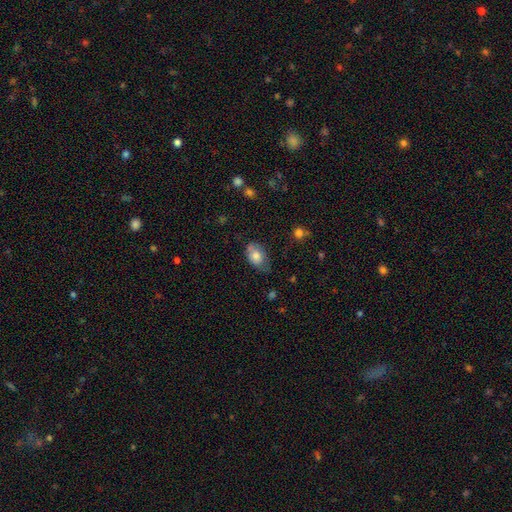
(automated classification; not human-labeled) Overall: smooth (74%). How rounded: in between (88%). Merging: none (53%; minor disturbance 36%).